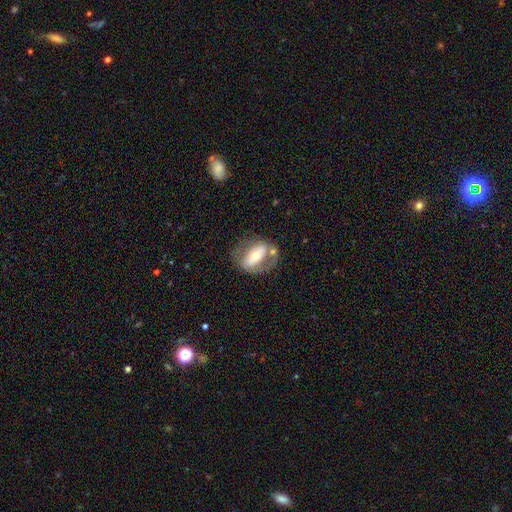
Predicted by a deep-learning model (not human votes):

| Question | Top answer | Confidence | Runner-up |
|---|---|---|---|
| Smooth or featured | featured or disk | 61% | smooth (33%) |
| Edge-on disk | no | 90% | yes (10%) |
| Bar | strong | 44% | no (33%) |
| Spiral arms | no | 62% | yes (38%) |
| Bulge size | moderate | 62% | small (27%) |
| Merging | none | 52% | minor disturbance (20%) |